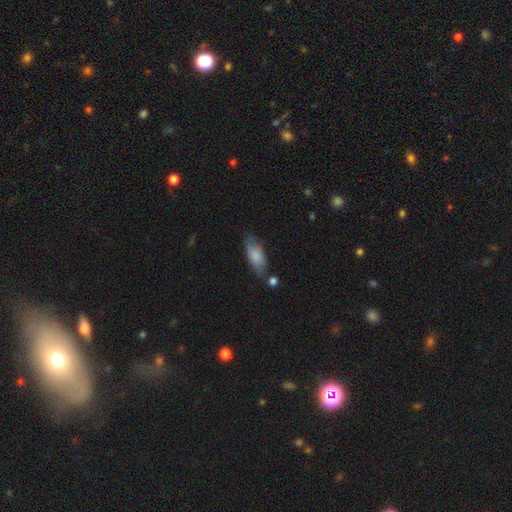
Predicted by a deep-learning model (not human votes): Smooth or featured: smooth — 78% (featured or disk — 15%)
How rounded: in between — 80% (cigar-shaped — 17%)
Merging: none — 63% (minor disturbance — 23%)